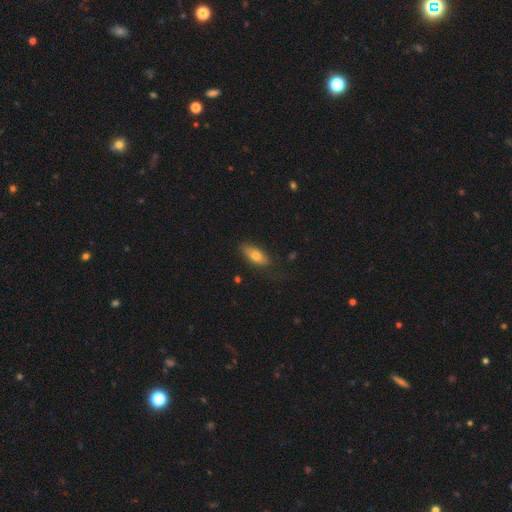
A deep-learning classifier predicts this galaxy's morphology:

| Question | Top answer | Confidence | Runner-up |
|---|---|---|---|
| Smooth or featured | smooth | 72% | featured or disk (21%) |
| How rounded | in between | 79% | cigar-shaped (17%) |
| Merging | none | 73% | minor disturbance (20%) |